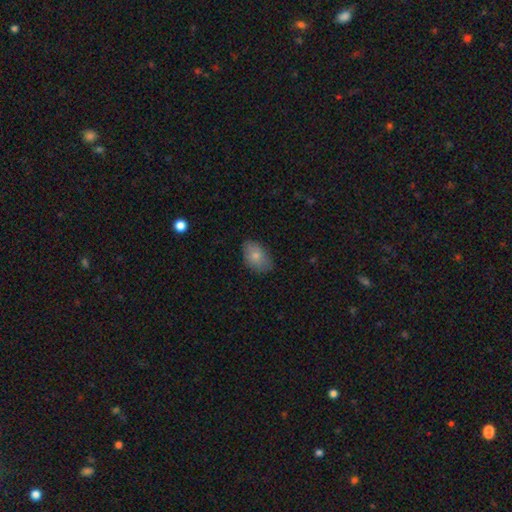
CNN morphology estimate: smooth_or_featured: smooth (p=0.79) [alt: featured or disk p=0.14]
how_rounded: in between (p=0.88) [alt: round p=0.11]
merging: none (p=0.75) [alt: minor disturbance p=0.20]